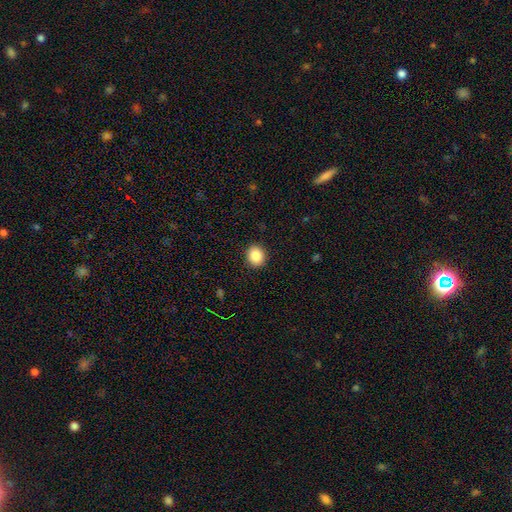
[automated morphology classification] Overall: smooth (88%). How rounded: round (65%; in between 34%). Merging: none (91%).